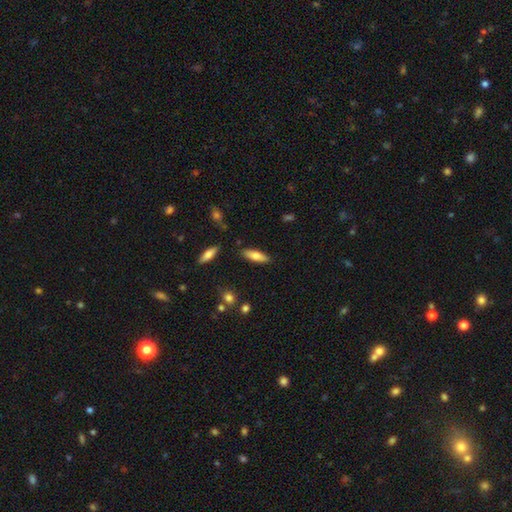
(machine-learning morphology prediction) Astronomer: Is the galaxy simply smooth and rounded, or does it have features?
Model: smooth — 72%.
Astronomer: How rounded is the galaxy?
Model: in between — 49%, tied with cigar-shaped at 49%.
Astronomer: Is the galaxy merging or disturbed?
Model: none — 85%.